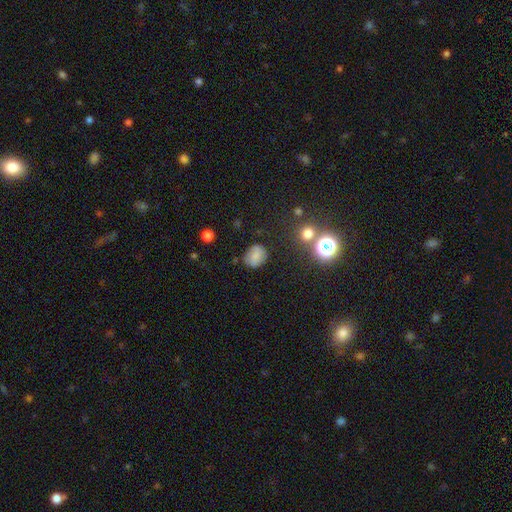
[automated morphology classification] smooth 74%, featured or disk 14%, star or artifact 12%. Down the decision tree: how rounded — round (50%); merging — none (75%).